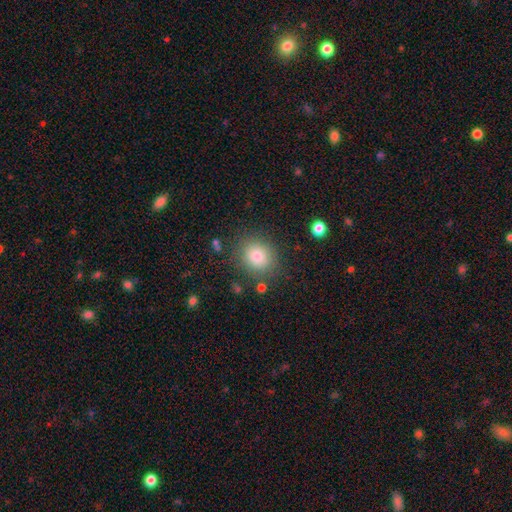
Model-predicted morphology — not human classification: Overall: smooth (81%). How rounded: round (74%). Merging: none (84%).